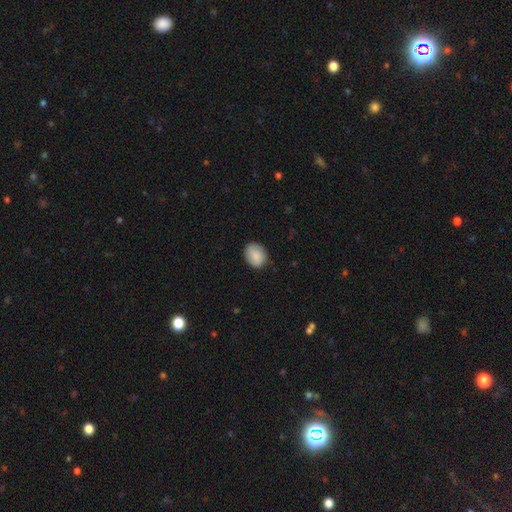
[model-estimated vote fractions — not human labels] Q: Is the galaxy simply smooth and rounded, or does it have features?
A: smooth — 86%.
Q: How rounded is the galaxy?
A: in between — 60%.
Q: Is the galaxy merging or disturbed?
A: none — 83%.